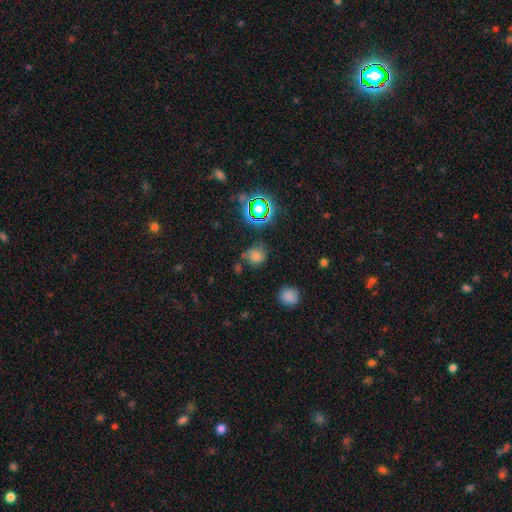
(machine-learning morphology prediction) smooth-or-featured: smooth: 65% | star or artifact: 25% | featured or disk: 10%
  how-rounded: round: 70% | in between: 29% | cigar-shaped: 1%
  merging: none: 57% | minor disturbance: 26% | major disturbance: 11% | merger: 7%